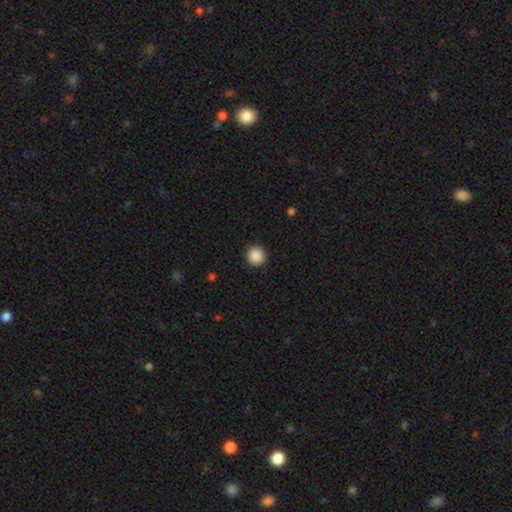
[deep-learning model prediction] A smooth galaxy with no disk features (89%) that is round (95%). Merging: none (92%).